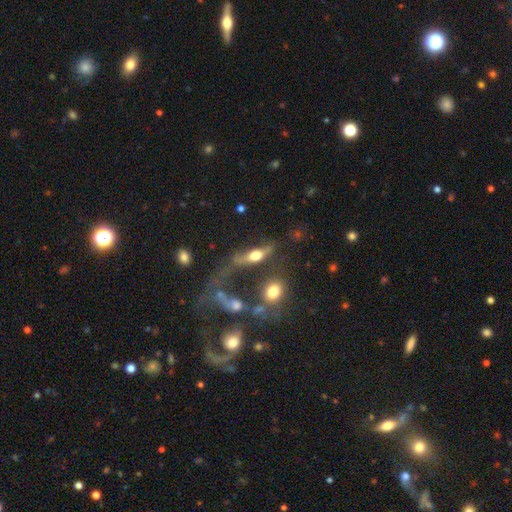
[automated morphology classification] Q: Smooth or featured?
A: featured or disk (45%); runner-up: smooth (44%)
Q: Merging?
A: none (39%); runner-up: major disturbance (24%)